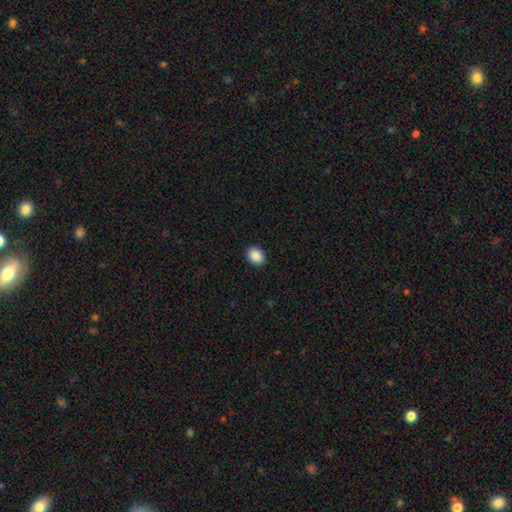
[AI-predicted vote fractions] This is clearly a smooth galaxy (89%). How rounded: possibly in between (59%). Merging: clearly none (91%).